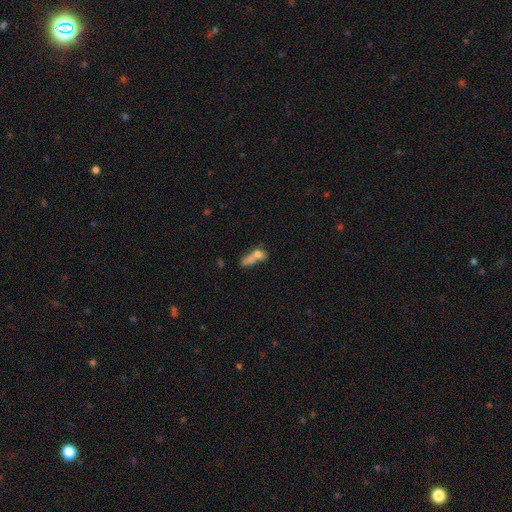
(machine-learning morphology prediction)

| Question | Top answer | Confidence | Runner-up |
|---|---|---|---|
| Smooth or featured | smooth | 67% | featured or disk (21%) |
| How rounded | in between | 55% | round (32%) |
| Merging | merger | 64% | none (20%) |